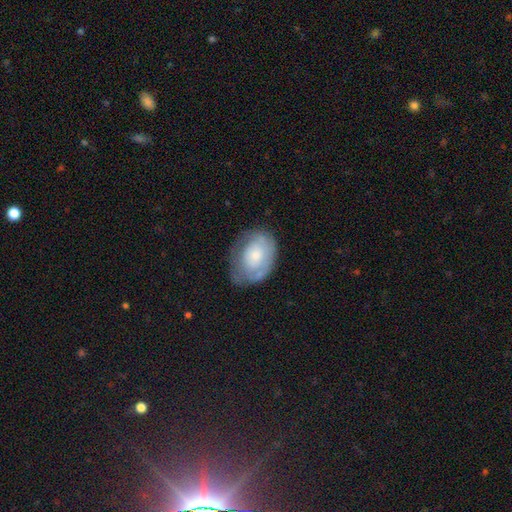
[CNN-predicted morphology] Smooth or featured? smooth (50%)
How rounded? in between (74%)
Merging? none (58%)